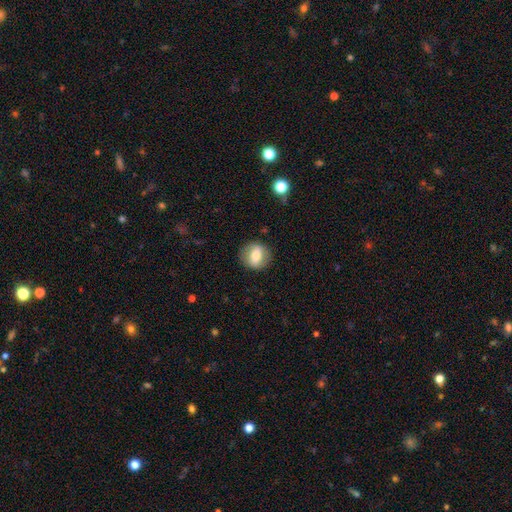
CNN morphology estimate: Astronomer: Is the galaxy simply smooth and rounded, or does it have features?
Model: smooth — 60%.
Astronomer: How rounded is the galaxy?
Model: round — 76%.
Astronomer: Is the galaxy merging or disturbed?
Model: none — 85%.